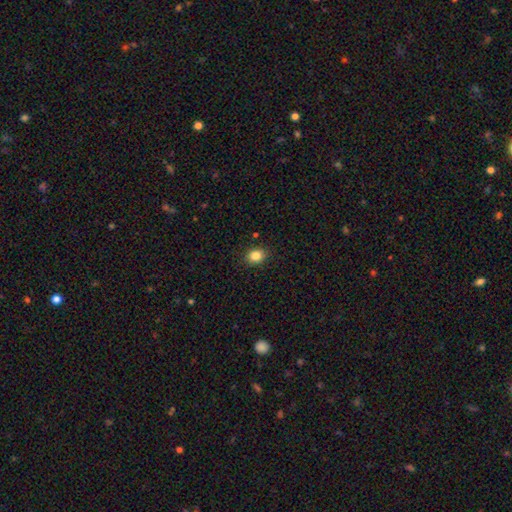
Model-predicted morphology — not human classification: Smooth or featured? smooth (85%)
How rounded? in between (50%)
Merging? none (89%)